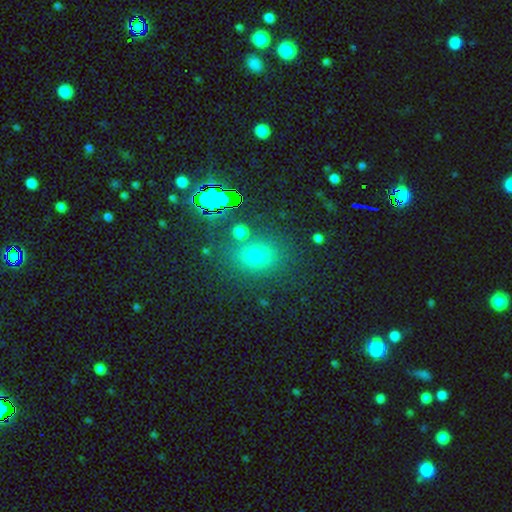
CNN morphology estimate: smooth-or-featured: smooth: 67% | star or artifact: 25% | featured or disk: 9%
  how-rounded: round: 57% | in between: 41% | cigar-shaped: 2%
  merging: none: 75% | minor disturbance: 12% | merger: 8% | major disturbance: 5%